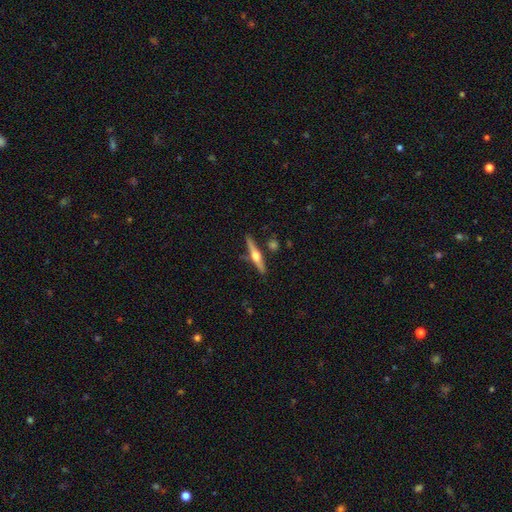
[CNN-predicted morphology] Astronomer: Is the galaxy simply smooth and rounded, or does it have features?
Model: featured or disk — 70%.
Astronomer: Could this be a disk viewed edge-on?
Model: yes — 97%.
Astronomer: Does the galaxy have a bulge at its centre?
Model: rounded — 94%.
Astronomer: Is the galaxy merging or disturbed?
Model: none — 85%.